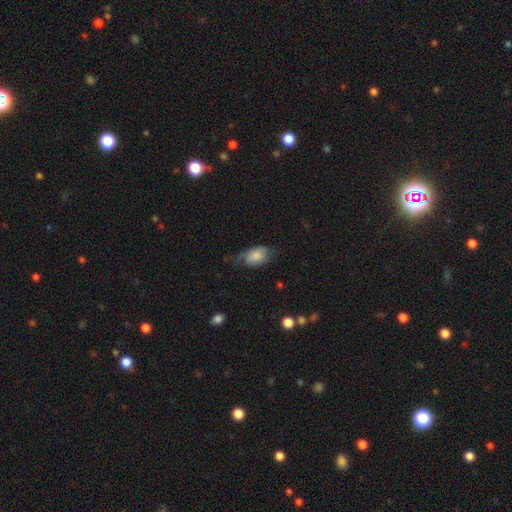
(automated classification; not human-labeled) Smooth or featured? Predicted: smooth (p=0.71). How rounded? Predicted: in between (p=0.88). Merging? Predicted: none (p=0.43).